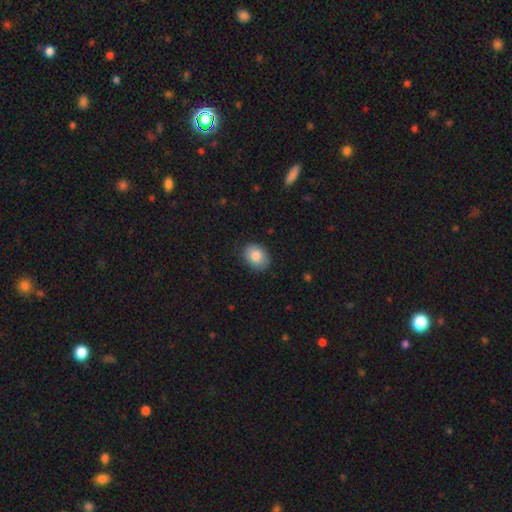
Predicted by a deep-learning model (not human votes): Morphology: type=smooth (83%); roundness=in between (54%); merging=none (87%).